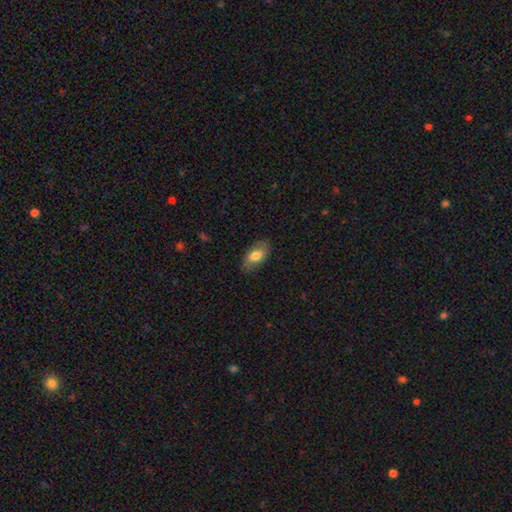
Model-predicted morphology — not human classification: Overall: smooth (69%). How rounded: in between (92%). Merging: none (79%).